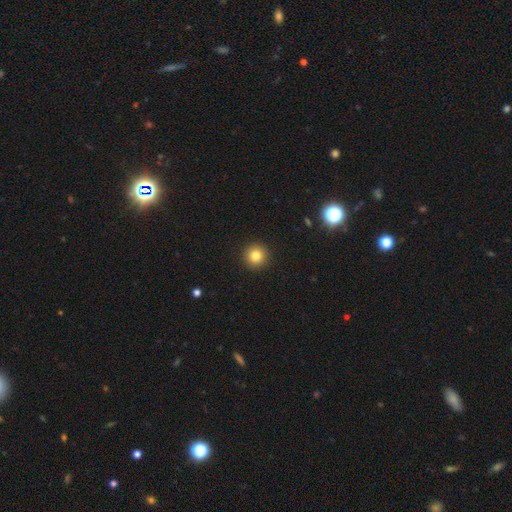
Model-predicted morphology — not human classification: The model was most divided on "smooth or featured": smooth: 81%, star or artifact: 12%, featured or disk: 7%. More confident: how rounded — round (95%); merging — none (93%).